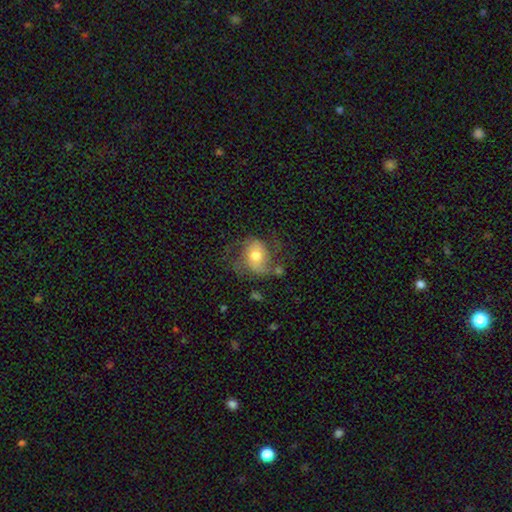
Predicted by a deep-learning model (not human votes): Smooth or featured: featured or disk — 51% (smooth — 41%)
Edge-on disk: no — 96% (yes — 4%)
Merging: none — 45% (minor disturbance — 26%)